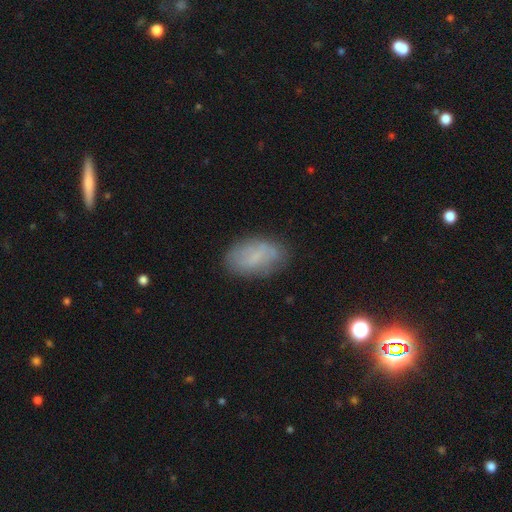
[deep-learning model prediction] Smooth or featured? Predicted: smooth (p=0.66). How rounded? Predicted: in between (p=0.93). Merging? Predicted: none (p=0.74).